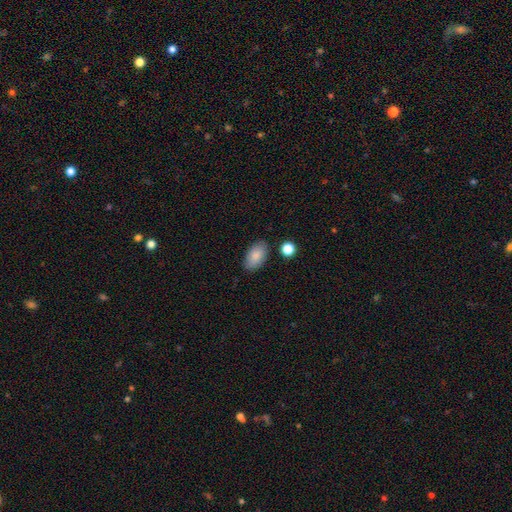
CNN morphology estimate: smooth_or_featured: smooth (p=0.86) [alt: featured or disk p=0.07]
how_rounded: in between (p=0.94) [alt: round p=0.04]
merging: none (p=0.83) [alt: minor disturbance p=0.12]